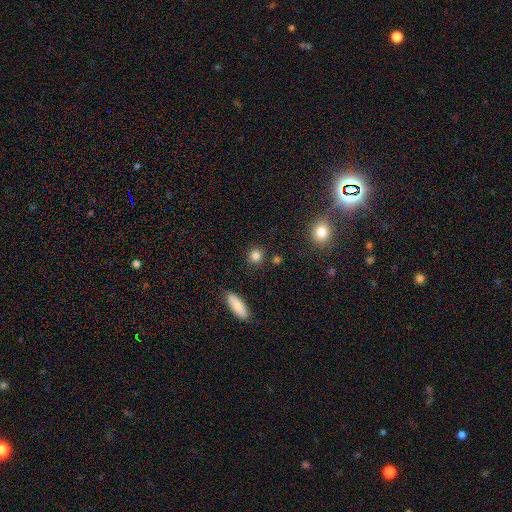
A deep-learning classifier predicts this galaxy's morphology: Smooth or featured? Predicted: smooth (p=0.83). How rounded? Predicted: round (p=0.86). Merging? Predicted: none (p=0.86).